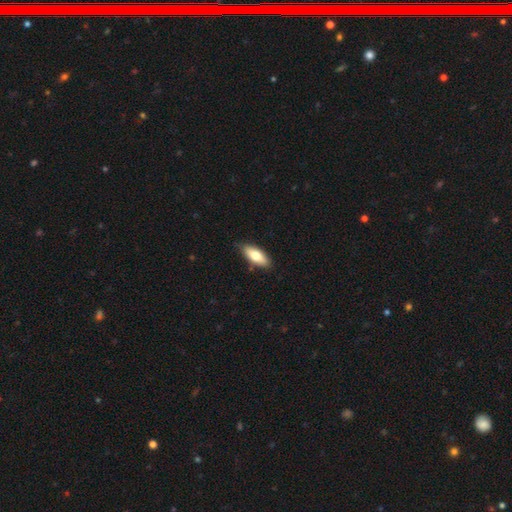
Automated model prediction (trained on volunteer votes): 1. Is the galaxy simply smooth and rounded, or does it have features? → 72% smooth, 22% featured or disk, 6% star or artifact.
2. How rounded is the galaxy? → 80% in between, 18% cigar-shaped, 2% round.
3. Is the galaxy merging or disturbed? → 85% none, 12% minor disturbance, 2% major disturbance, 1% merger.